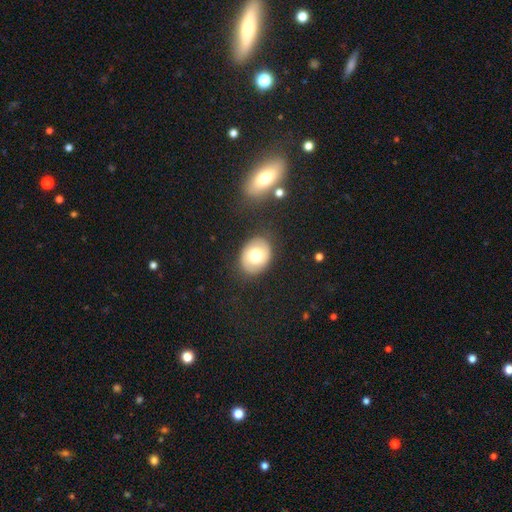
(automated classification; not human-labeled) The model was most divided on "how rounded": in between: 64%, round: 35%, cigar-shaped: 1%. More confident: merging — none (84%); smooth or featured — smooth (66%).